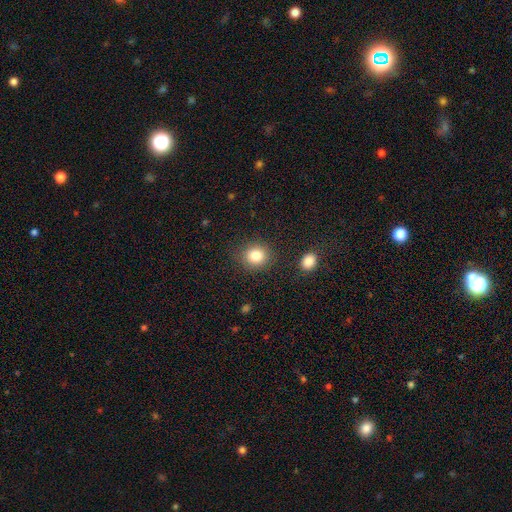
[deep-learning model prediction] This appears to be a smooth galaxy with no disk features (83%) that is round (81%). Merging: none (85%).